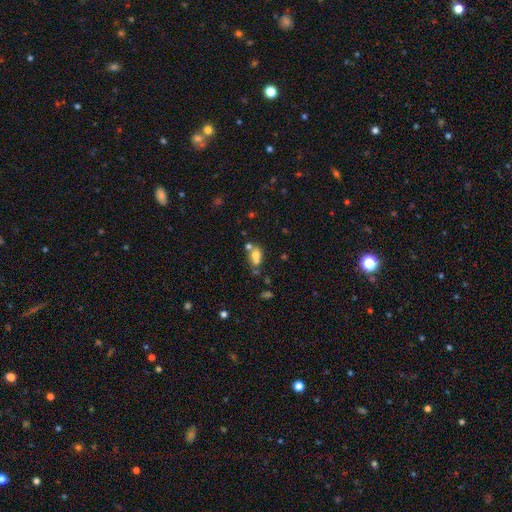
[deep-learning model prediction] smooth 67%, featured or disk 20%, star or artifact 13%. Down the decision tree: how rounded — in between (62%); merging — merger (48%).